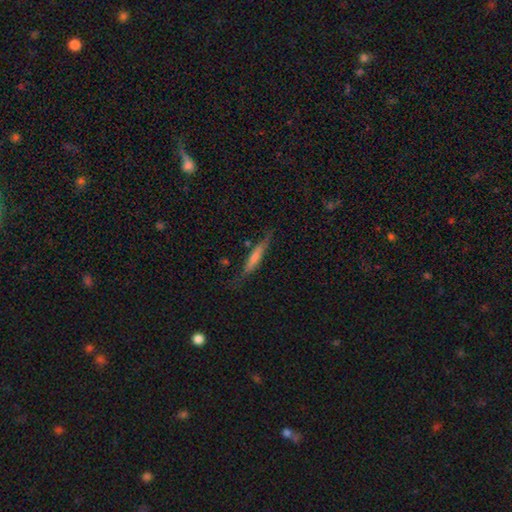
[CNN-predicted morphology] Smooth or featured? Predicted: featured or disk (p=0.46). Merging? Predicted: none (p=0.77).